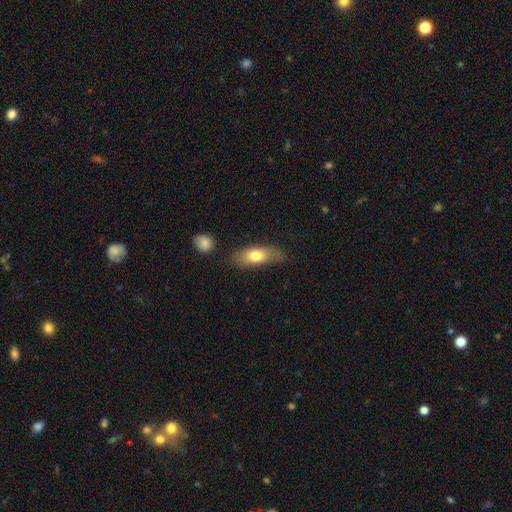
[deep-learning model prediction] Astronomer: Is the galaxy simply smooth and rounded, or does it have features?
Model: smooth — 71%.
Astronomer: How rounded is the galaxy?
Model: in between — 73%.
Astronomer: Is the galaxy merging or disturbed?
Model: none — 68%.